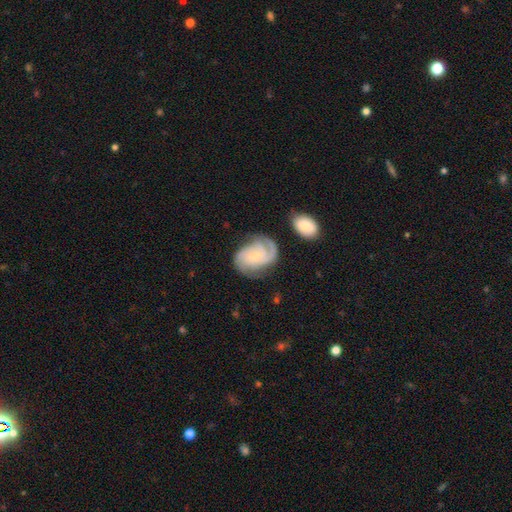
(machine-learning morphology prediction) Overall: featured or disk (85%). Edge-on disk: no (97%). Bar: no (69%). Spiral arms: yes (97%). Spiral arm count: 2 (52%; 3 24%). Spiral winding: tight (55%; medium 37%). Bulge size: small (64%; moderate 31%). Merging: none (70%).